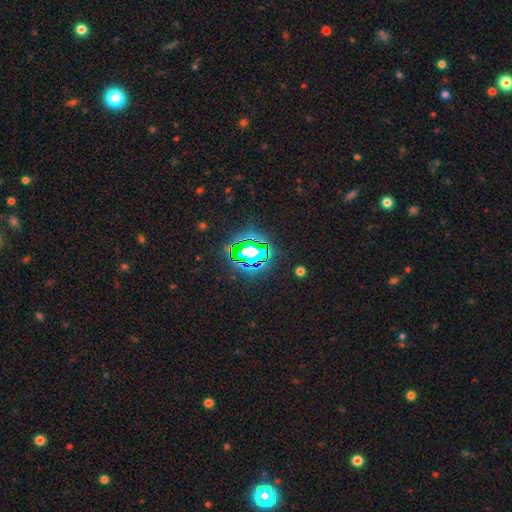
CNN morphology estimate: smooth_or_featured: star or artifact (p=0.72) [alt: smooth p=0.15]